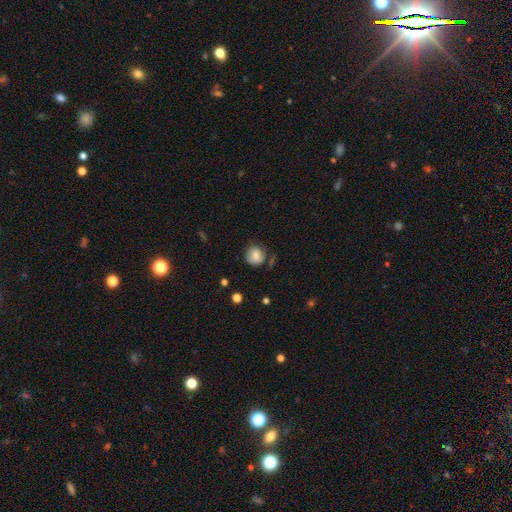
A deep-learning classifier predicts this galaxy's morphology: Q: Smooth or featured?
A: smooth (82%); runner-up: star or artifact (9%)
Q: How rounded?
A: round (85%); runner-up: in between (14%)
Q: Merging?
A: none (67%); runner-up: minor disturbance (21%)